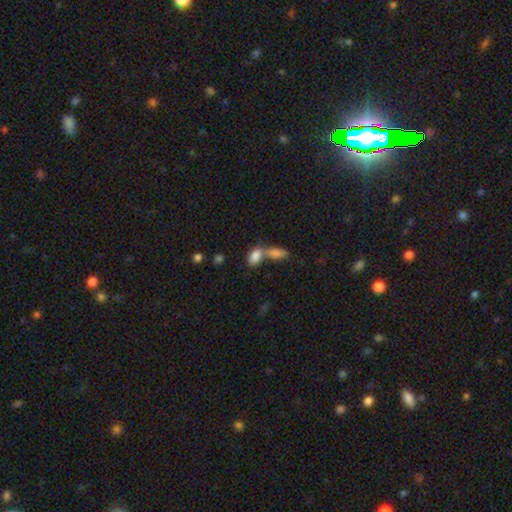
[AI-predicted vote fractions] smooth-or-featured: smooth: 83% | featured or disk: 8% | star or artifact: 8%
  how-rounded: in between: 88% | round: 7% | cigar-shaped: 5%
  merging: merger: 59% | none: 30% | minor disturbance: 7% | major disturbance: 4%